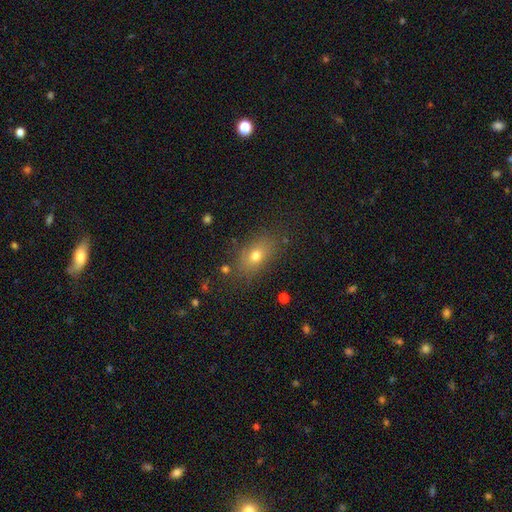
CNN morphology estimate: smooth_or_featured: smooth (p=0.72) [alt: featured or disk p=0.15]
how_rounded: in between (p=0.76) [alt: round p=0.20]
merging: none (p=0.80) [alt: minor disturbance p=0.13]